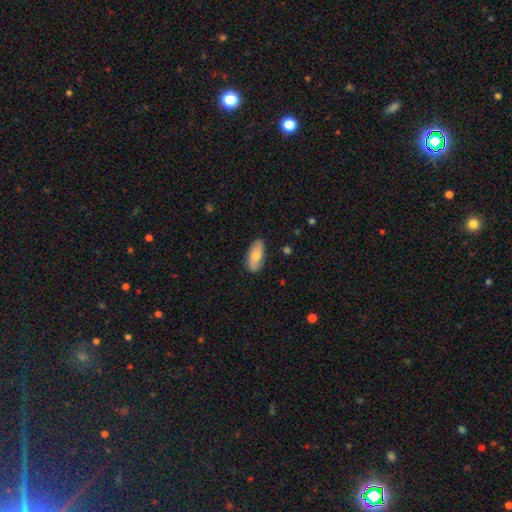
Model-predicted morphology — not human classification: Overall: smooth (69%). How rounded: in between (85%). Merging: none (84%).